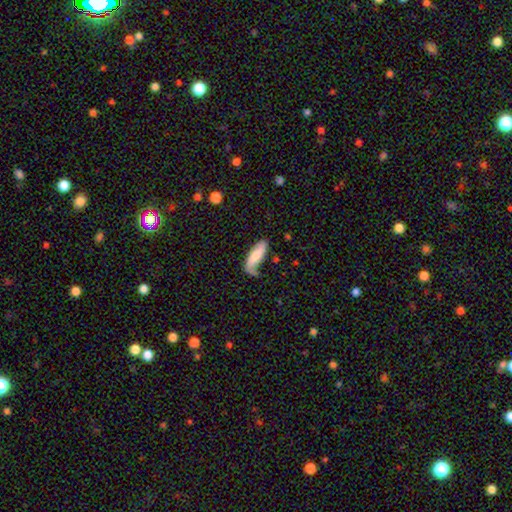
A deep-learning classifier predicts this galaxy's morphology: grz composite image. It shows a smooth galaxy with no disk features (61%) that is in between round and cigar-shaped (52%). Merging: none (46%).